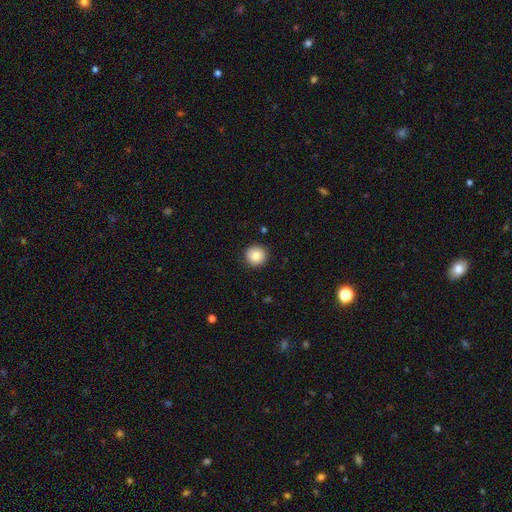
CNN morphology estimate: A smooth galaxy with no disk features (84%) that is round (95%).

Vote fractions:
- Smooth or featured? smooth: 84% / star or artifact: 9% / featured or disk: 8%
- How rounded? round: 95% / in between: 4% / cigar-shaped: 1%
- Merging? none: 91% / minor disturbance: 6% / major disturbance: 2% / merger: 1%